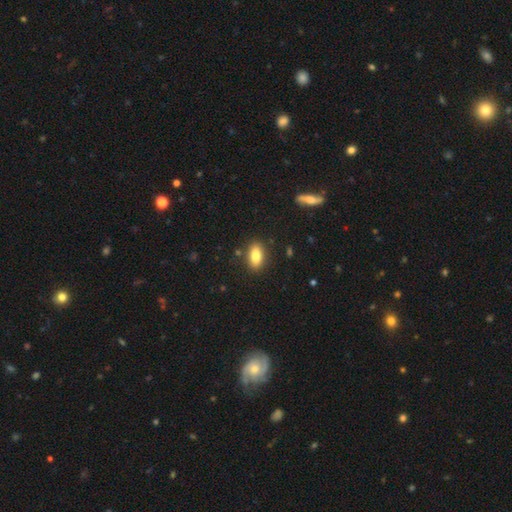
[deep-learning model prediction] A smooth galaxy with no disk features (82%) that is in between round and cigar-shaped (86%).

Vote fractions:
- Smooth or featured? smooth: 82% / featured or disk: 10% / star or artifact: 8%
- How rounded? in between: 86% / cigar-shaped: 9% / round: 5%
- Merging? none: 86% / minor disturbance: 9% / major disturbance: 3% / merger: 2%